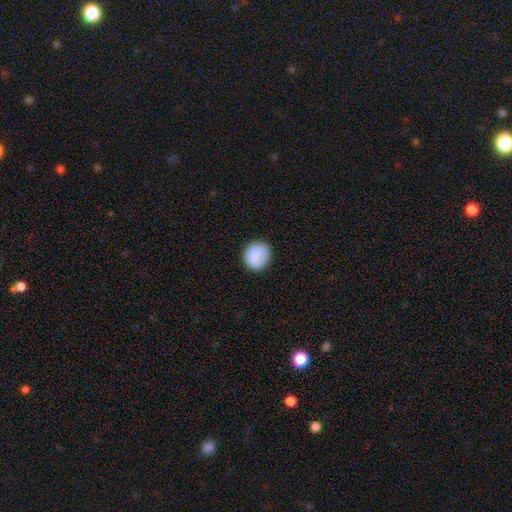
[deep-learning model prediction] A smooth galaxy with no disk features (86%) that is round (83%). Merging: none (84%).